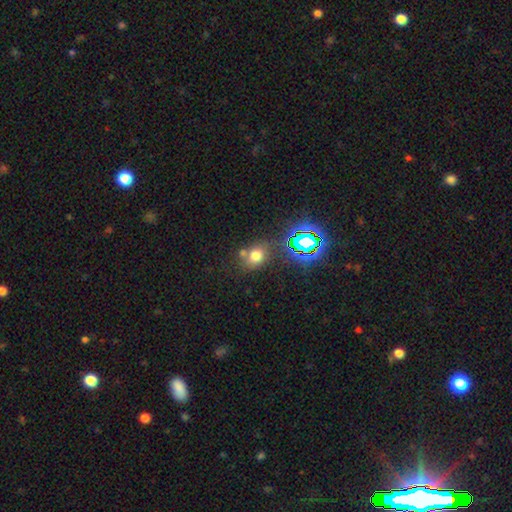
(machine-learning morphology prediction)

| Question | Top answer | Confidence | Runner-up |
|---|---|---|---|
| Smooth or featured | smooth | 66% | star or artifact (23%) |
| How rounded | round | 56% | in between (43%) |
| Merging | none | 61% | merger (19%) |